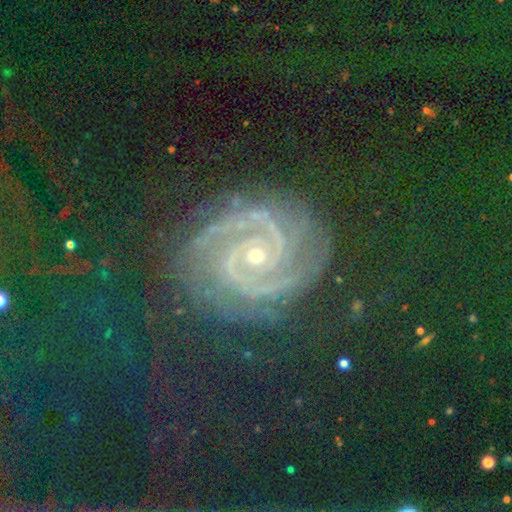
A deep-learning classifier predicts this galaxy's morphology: Overall: featured or disk (47%; star or artifact 37%). Merging: none (83%).